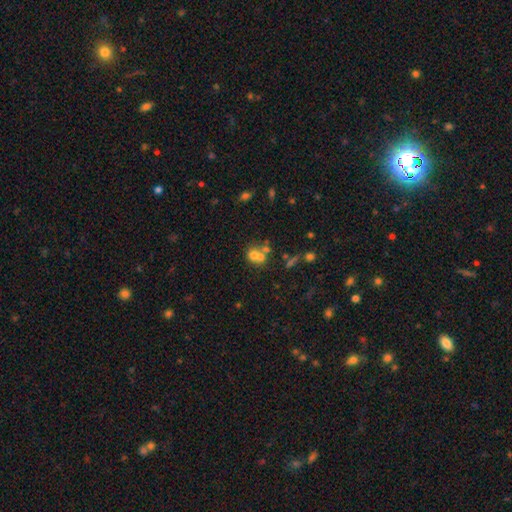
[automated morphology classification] Smooth or featured?
  - smooth: 61% *
  - featured or disk: 24%
  - star or artifact: 16%
How rounded?
  - round: 69% *
  - in between: 30%
  - cigar-shaped: 1%
Merging?
  - merger: 58% *
  - none: 30%
  - minor disturbance: 7%
  - major disturbance: 5%